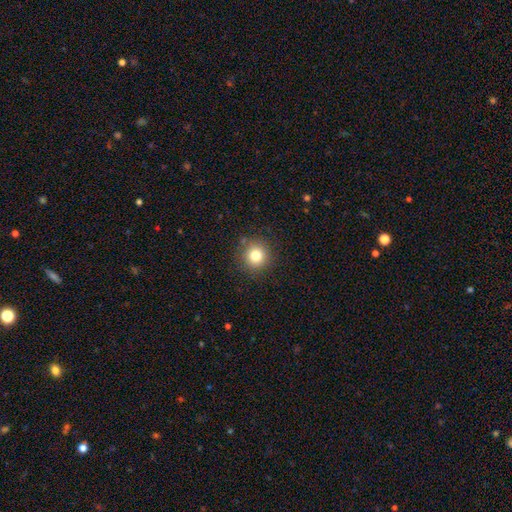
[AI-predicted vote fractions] Morphology: type=smooth (80%); roundness=round (94%); merging=none (88%).